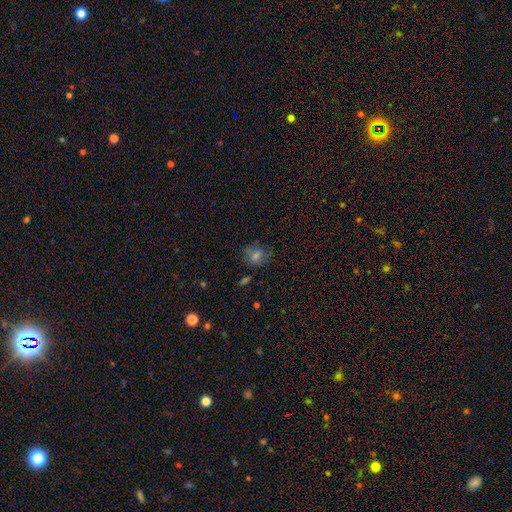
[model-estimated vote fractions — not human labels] Smooth or featured? smooth (48%)
Merging? none (62%)